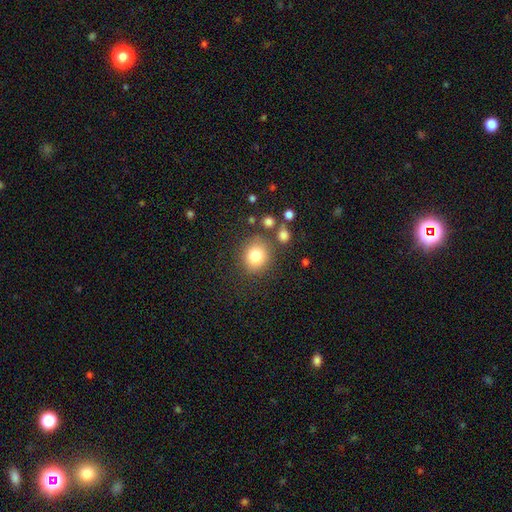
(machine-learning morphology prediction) Smooth or featured?
  - smooth: 81% *
  - star or artifact: 11%
  - featured or disk: 8%
How rounded?
  - round: 79% *
  - in between: 20%
  - cigar-shaped: 1%
Merging?
  - none: 79% *
  - minor disturbance: 11%
  - merger: 6%
  - major disturbance: 4%